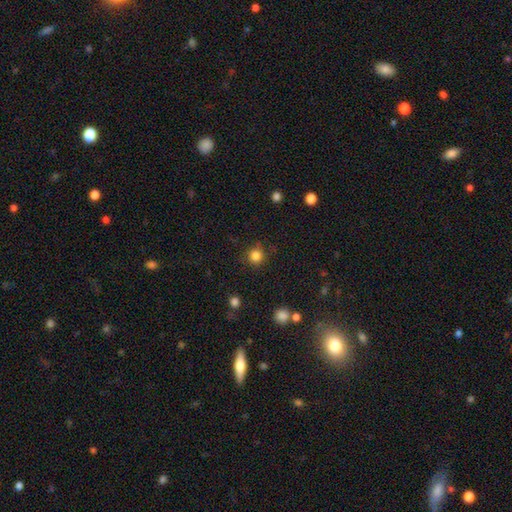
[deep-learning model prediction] A smooth galaxy with no disk features (83%) that is round (92%). Merging: none (85%).